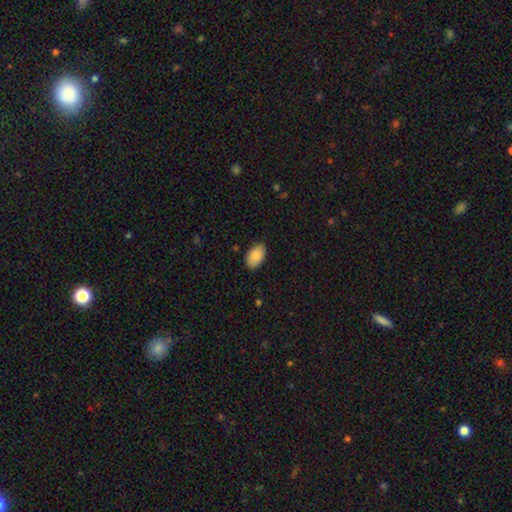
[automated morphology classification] type=smooth (86%); roundness=in between (91%); merging=none (82%).